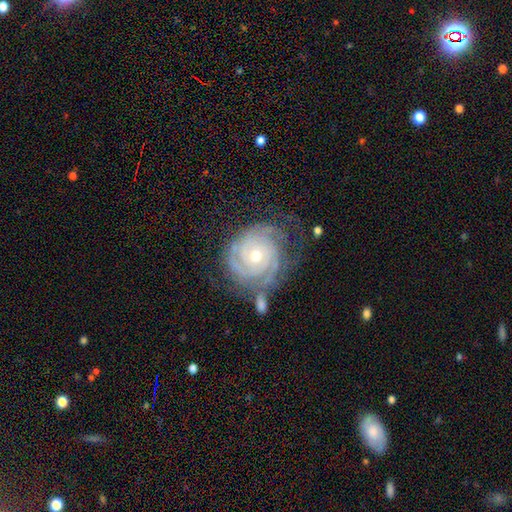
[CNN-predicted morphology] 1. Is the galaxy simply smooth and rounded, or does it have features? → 89% featured or disk, 6% smooth, 5% star or artifact.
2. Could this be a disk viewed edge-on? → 97% no, 3% yes.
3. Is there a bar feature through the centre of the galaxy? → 78% no, 17% weak, 5% strong.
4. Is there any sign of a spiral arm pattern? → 97% yes, 3% no.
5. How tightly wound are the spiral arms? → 83% tight, 14% medium, 3% loose.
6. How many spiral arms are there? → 31% 3, 23% can't tell, 21% 2, 14% 4, 6% more than 4, 5% 1.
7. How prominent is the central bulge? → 49% moderate, 48% small, 2% large, 1% none, 1% dominant.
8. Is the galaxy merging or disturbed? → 61% none, 21% minor disturbance, 11% major disturbance, 7% merger.